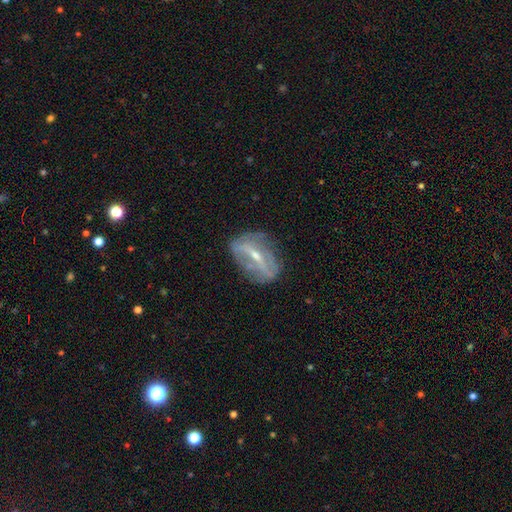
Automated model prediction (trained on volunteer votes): Smooth or featured?
  - featured or disk: 74% *
  - smooth: 18%
  - star or artifact: 8%
Edge-on disk?
  - no: 85% *
  - yes: 15%
Bar?
  - strong: 59% *
  - weak: 28%
  - no: 13%
Spiral arms?
  - yes: 56% *
  - no: 44%
Bulge size?
  - small: 56% *
  - moderate: 38%
  - none: 3%
  - large: 2%
  - dominant: 1%
Merging?
  - none: 64% *
  - minor disturbance: 23%
  - major disturbance: 11%
  - merger: 2%